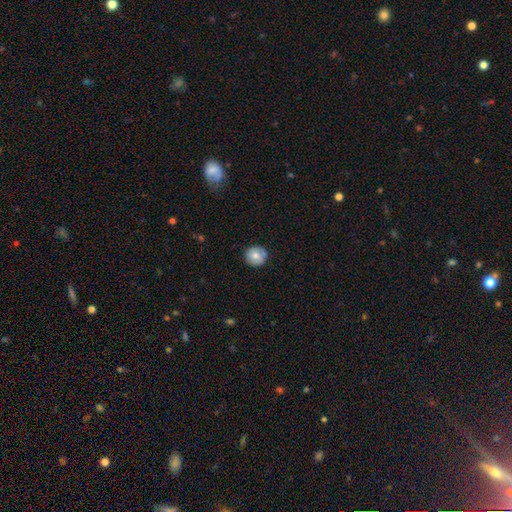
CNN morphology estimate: A smooth galaxy with no disk features (73%) that is round (93%).

Vote fractions:
- Smooth or featured? smooth: 73% / featured or disk: 20% / star or artifact: 8%
- How rounded? round: 93% / in between: 6% / cigar-shaped: 1%
- Merging? none: 85% / minor disturbance: 11% / major disturbance: 2% / merger: 1%